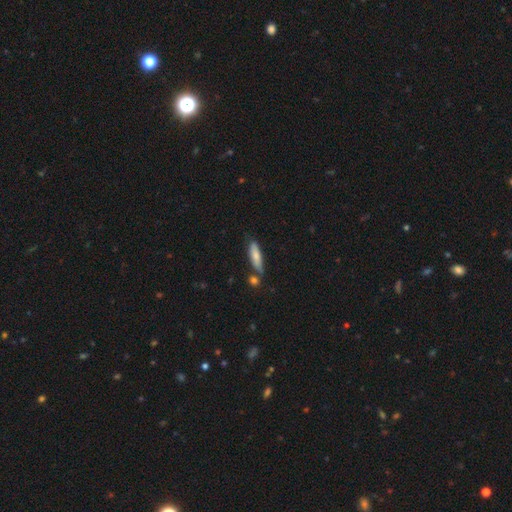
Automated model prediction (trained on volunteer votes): Smooth or featured: smooth — 74% (featured or disk — 20%)
How rounded: cigar-shaped — 69% (in between — 29%)
Merging: none — 68% (minor disturbance — 18%)